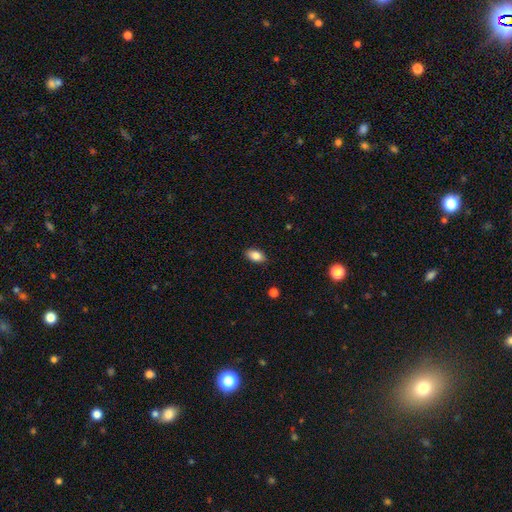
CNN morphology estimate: This appears to be a smooth galaxy with no disk features (85%) that is in between round and cigar-shaped (91%). Merging: none (87%).